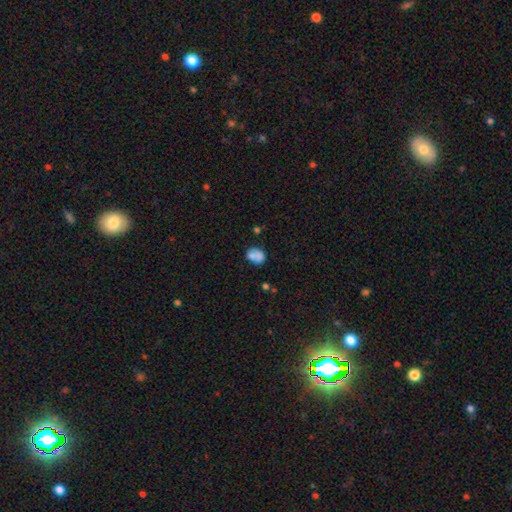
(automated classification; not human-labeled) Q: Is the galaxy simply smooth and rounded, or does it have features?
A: smooth — 69%.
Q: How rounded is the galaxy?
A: in between — 56%.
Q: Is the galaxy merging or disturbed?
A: none — 37%, tied with merger.